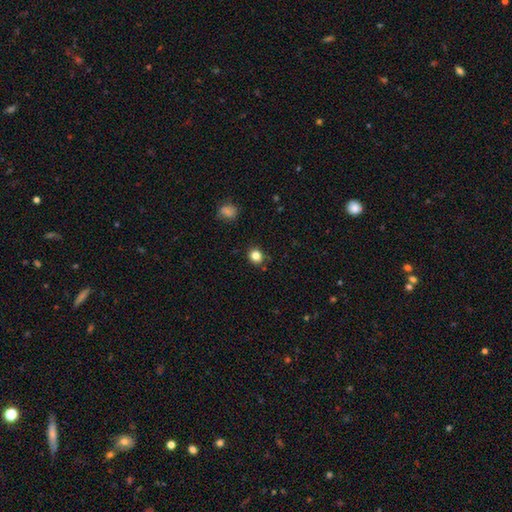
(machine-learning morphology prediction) Smooth or featured?
  - smooth: 83% *
  - star or artifact: 12%
  - featured or disk: 5%
How rounded?
  - round: 79% *
  - in between: 20%
  - cigar-shaped: 1%
Merging?
  - none: 87% *
  - minor disturbance: 9%
  - major disturbance: 2%
  - merger: 2%